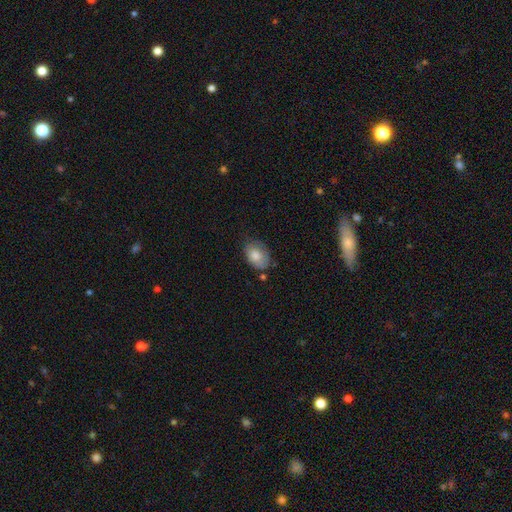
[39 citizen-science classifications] This is clearly a smooth galaxy (87%). How rounded: clearly in between (82%). Merging: possibly none (54%).